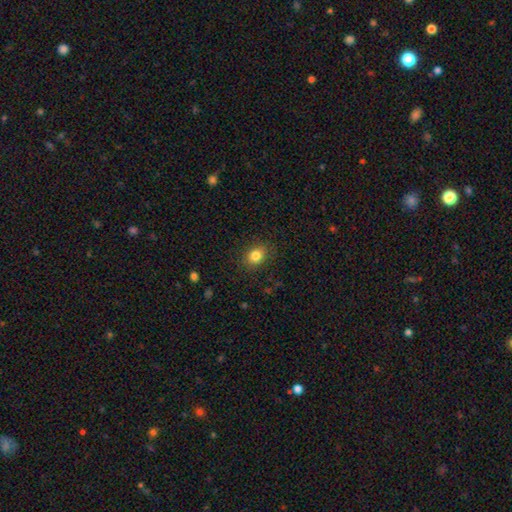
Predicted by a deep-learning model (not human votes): smooth-or-featured: smooth: 83% | star or artifact: 10% | featured or disk: 7%
  how-rounded: in between: 51% | round: 48% | cigar-shaped: 1%
  merging: none: 86% | minor disturbance: 10% | major disturbance: 3% | merger: 1%